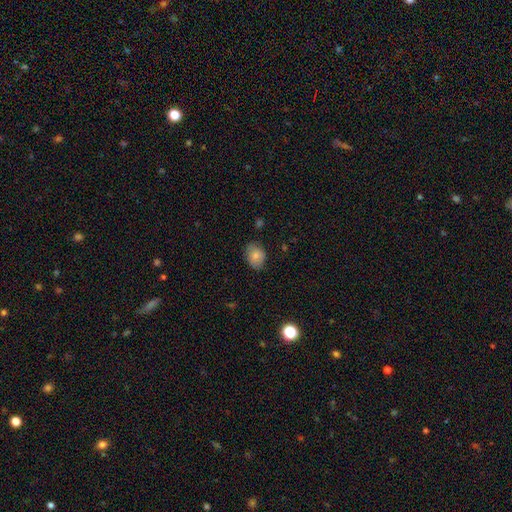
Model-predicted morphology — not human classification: The model was most divided on "how rounded": in between: 67%, round: 32%, cigar-shaped: 1%. More confident: smooth or featured — smooth (80%); merging — none (79%).